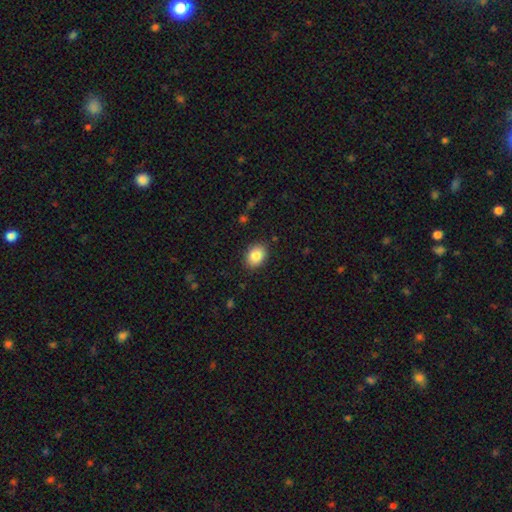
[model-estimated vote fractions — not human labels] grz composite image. It shows a smooth galaxy with no disk features (86%) that is in between round and cigar-shaped (73%). Merging: none (87%).